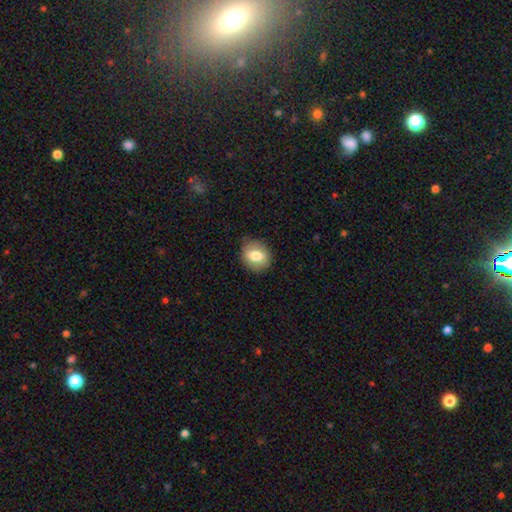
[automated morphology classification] This appears to be a smooth galaxy with no disk features (72%) that is round (62%). Merging: none (85%).